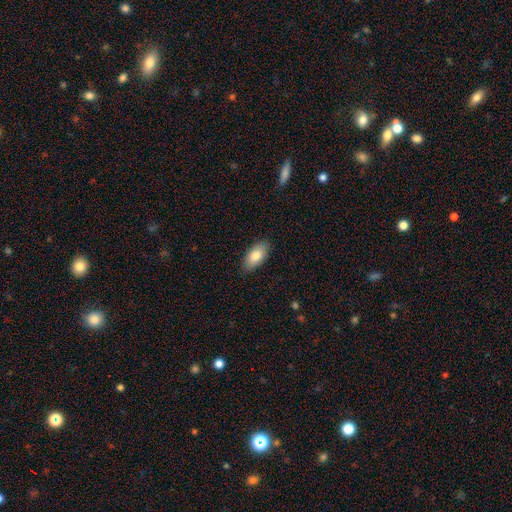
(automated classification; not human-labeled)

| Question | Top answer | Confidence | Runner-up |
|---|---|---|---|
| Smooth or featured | smooth | 81% | featured or disk (13%) |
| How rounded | in between | 91% | cigar-shaped (6%) |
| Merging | none | 87% | minor disturbance (10%) |